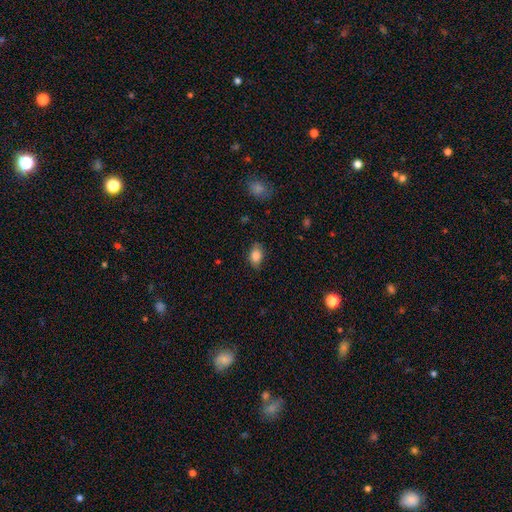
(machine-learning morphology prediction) Smooth or featured: smooth — 84% (featured or disk — 8%)
How rounded: in between — 84% (round — 14%)
Merging: none — 77% (minor disturbance — 18%)